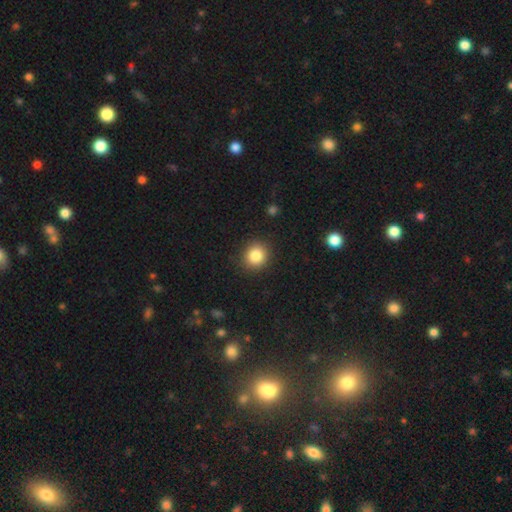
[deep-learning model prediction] This appears to be a smooth galaxy with no disk features (85%) that is round (86%). Merging: none (90%).